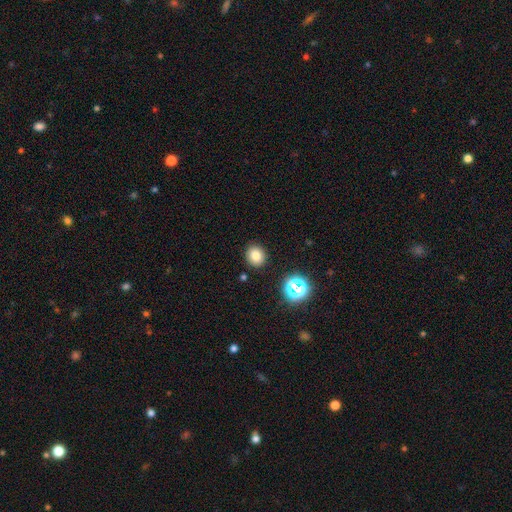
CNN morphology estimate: smooth-or-featured: smooth: 78% | star or artifact: 15% | featured or disk: 7%
  how-rounded: round: 75% | in between: 24% | cigar-shaped: 1%
  merging: none: 88% | minor disturbance: 7% | major disturbance: 2% | merger: 2%